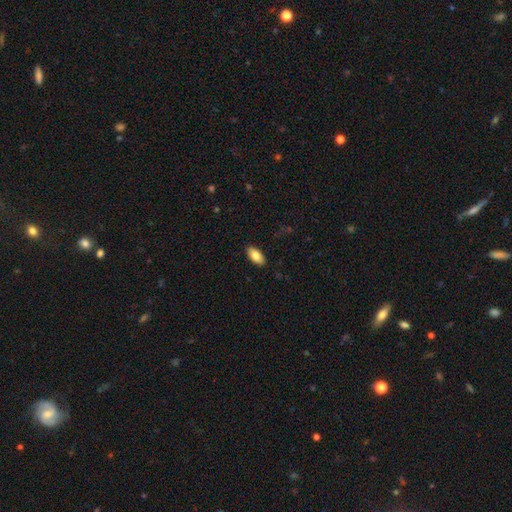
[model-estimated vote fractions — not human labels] Smooth or featured? Predicted: smooth (p=0.85). How rounded? Predicted: in between (p=0.93). Merging? Predicted: none (p=0.88).